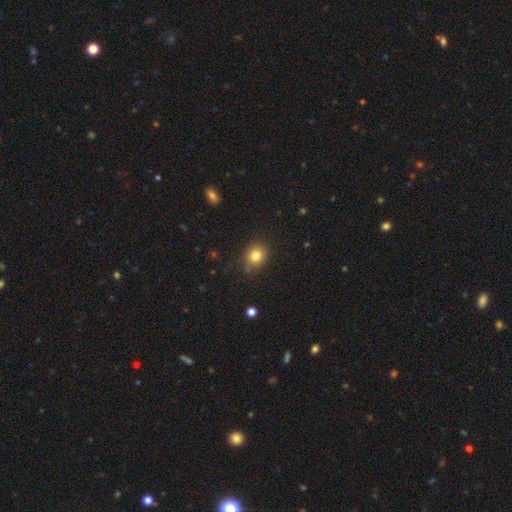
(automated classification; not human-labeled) smooth_or_featured: smooth (p=0.81) [alt: star or artifact p=0.12]
how_rounded: round (p=0.75) [alt: in between p=0.24]
merging: none (p=0.83) [alt: minor disturbance p=0.11]